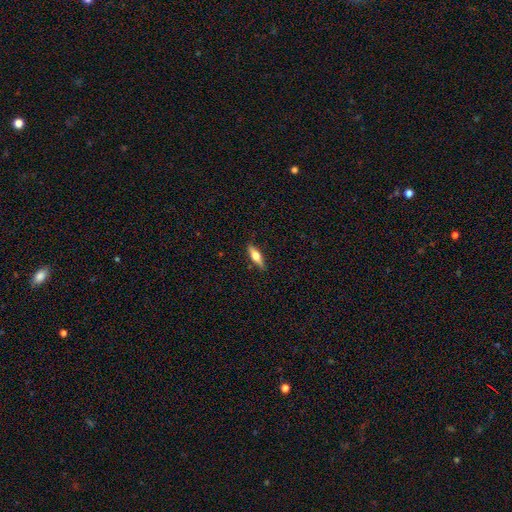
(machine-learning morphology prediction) Smooth or featured?
  - smooth: 51% *
  - featured or disk: 43%
  - star or artifact: 6%
How rounded?
  - cigar-shaped: 54% *
  - in between: 44%
  - round: 3%
Merging?
  - none: 86% *
  - minor disturbance: 11%
  - major disturbance: 2%
  - merger: 1%